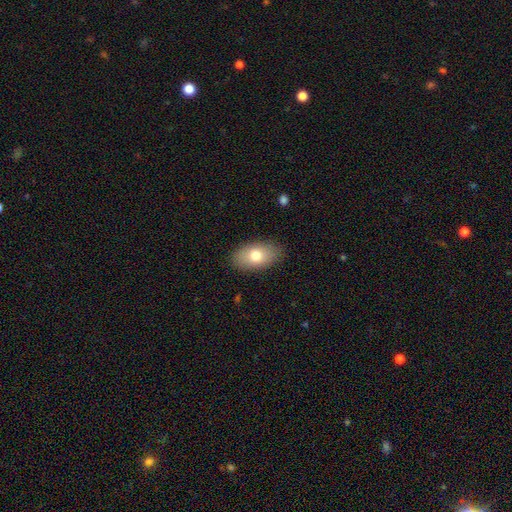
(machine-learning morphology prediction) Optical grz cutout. It shows a smooth galaxy with no disk features (75%) that is in between round and cigar-shaped (92%). Merging: none (86%).